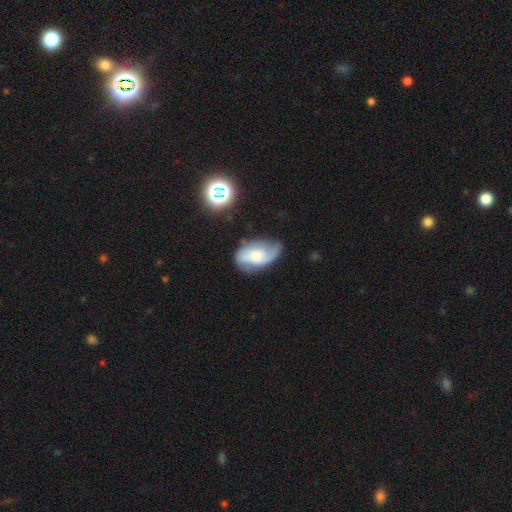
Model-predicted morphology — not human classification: Overall: featured or disk (67%). Edge-on disk: no (96%). Bar: no (60%; weak 32%). Spiral arms: yes (91%). Spiral arm count: 2 (67%). Spiral winding: medium (41%; loose 36%). Bulge size: moderate (30%; small 24%). Merging: none (52%; minor disturbance 28%).